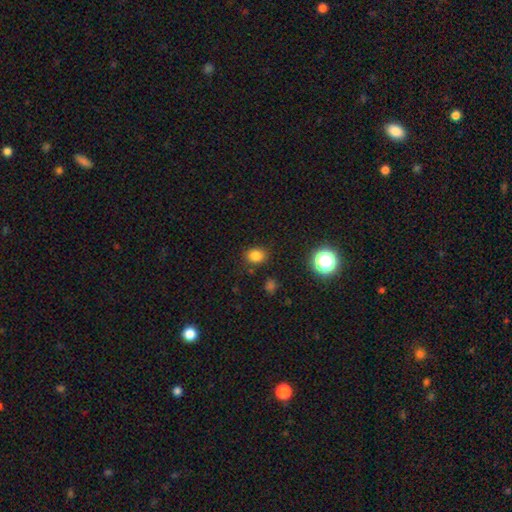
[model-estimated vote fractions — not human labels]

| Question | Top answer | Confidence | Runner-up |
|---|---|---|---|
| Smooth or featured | smooth | 80% | star or artifact (15%) |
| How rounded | round | 61% | in between (38%) |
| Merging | none | 85% | minor disturbance (9%) |